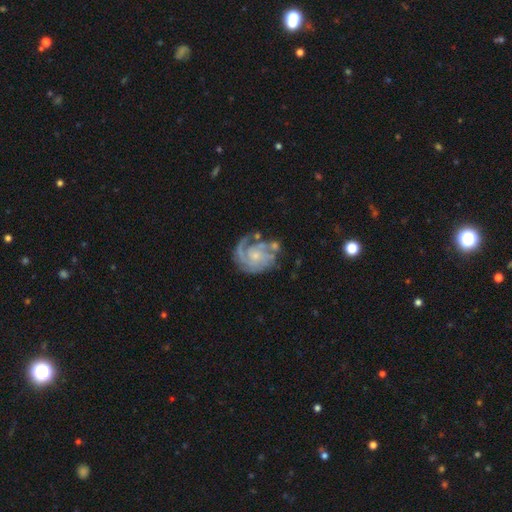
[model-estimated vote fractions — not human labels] The model was most divided on "spiral arm count": 3: 29%, 2: 28%, can't tell: 19%, 1: 12%, 4: 7%, more than 4: 5%. More confident: edge-on disk — no (98%); spiral arms — yes (96%); smooth or featured — featured or disk (87%); bar — no (72%); bulge size — small (67%); spiral winding — tight (57%); merging — none (56%).